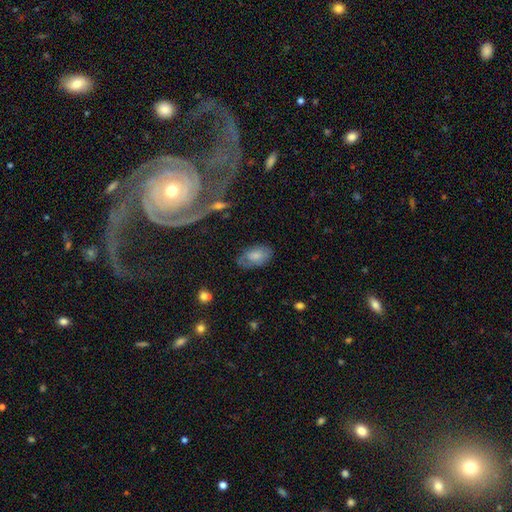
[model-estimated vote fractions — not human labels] Smooth or featured?
  - smooth: 74% *
  - featured or disk: 19%
  - star or artifact: 7%
How rounded?
  - in between: 92% *
  - round: 6%
  - cigar-shaped: 2%
Merging?
  - none: 67% *
  - minor disturbance: 24%
  - major disturbance: 7%
  - merger: 2%